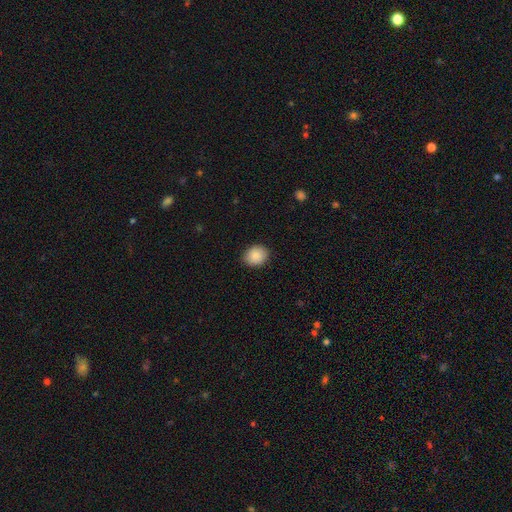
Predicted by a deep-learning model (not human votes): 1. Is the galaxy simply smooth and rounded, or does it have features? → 88% smooth, 8% star or artifact, 4% featured or disk.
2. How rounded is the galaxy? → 60% round, 39% in between, 1% cigar-shaped.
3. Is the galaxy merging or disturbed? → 88% none, 9% minor disturbance, 2% major disturbance, 1% merger.